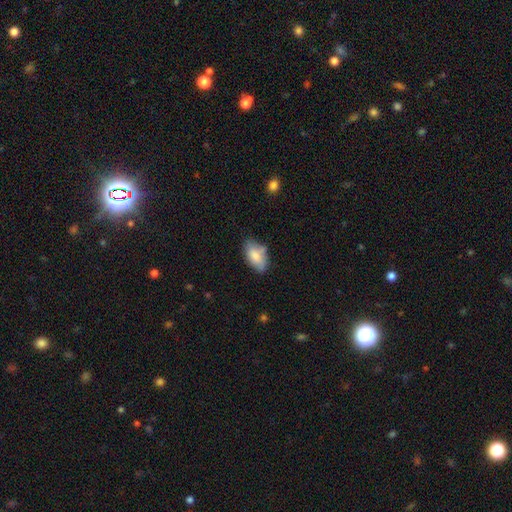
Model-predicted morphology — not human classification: A smooth galaxy with no disk features (77%) that is in between round and cigar-shaped (93%). Merging: none (57%).